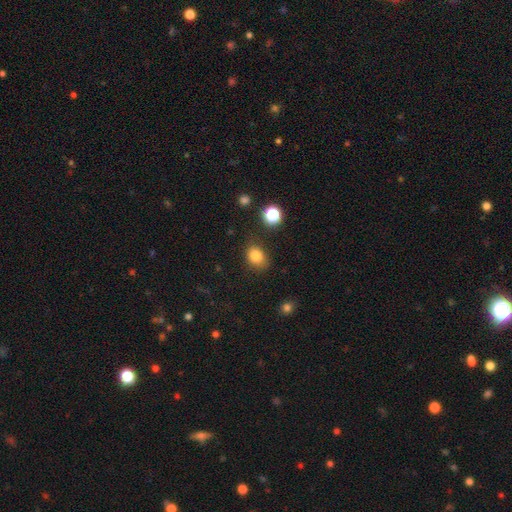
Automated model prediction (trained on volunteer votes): Smooth or featured? smooth (82%)
How rounded? in between (56%)
Merging? none (75%)